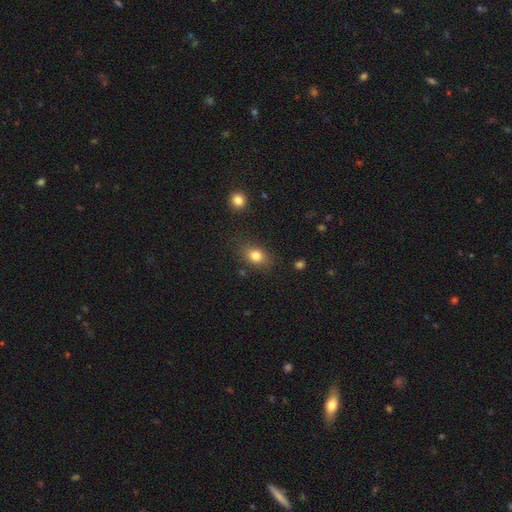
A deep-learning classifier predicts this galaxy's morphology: This appears to be a smooth galaxy with no disk features (80%) that is in between round and cigar-shaped (65%). Merging: none (79%).